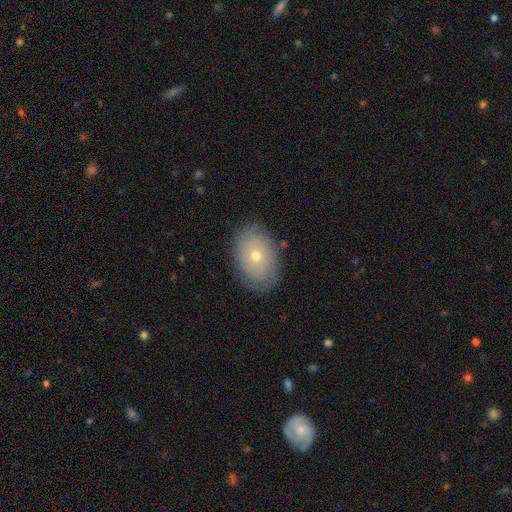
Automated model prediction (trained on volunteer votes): Smooth or featured? smooth (46%)
Merging? none (82%)